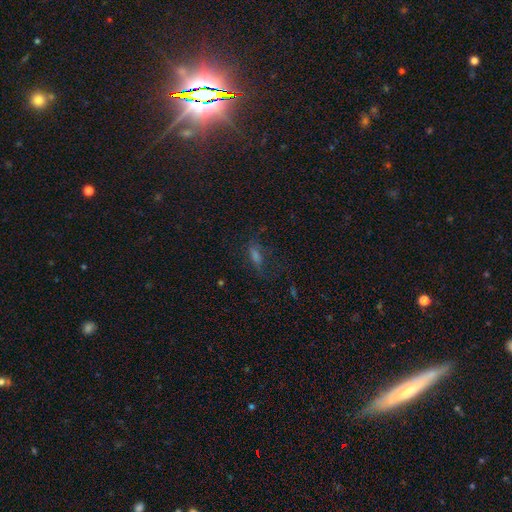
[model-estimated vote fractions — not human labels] smooth_or_featured: smooth (p=0.43) [alt: star or artifact p=0.34]
merging: none (p=0.59) [alt: minor disturbance p=0.20]